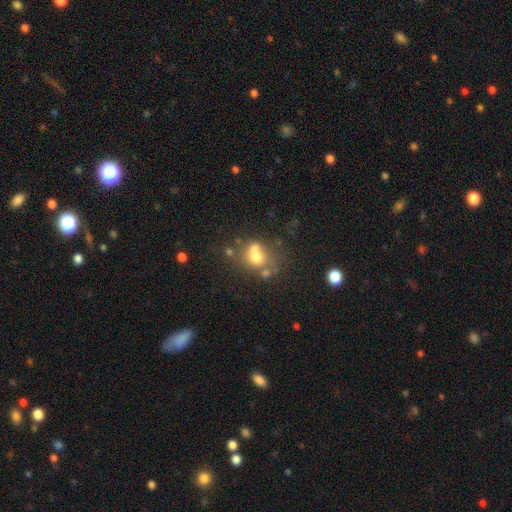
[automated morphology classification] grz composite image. It shows a smooth galaxy with no disk features (62%) that is round (67%). Merging: merger (45%).